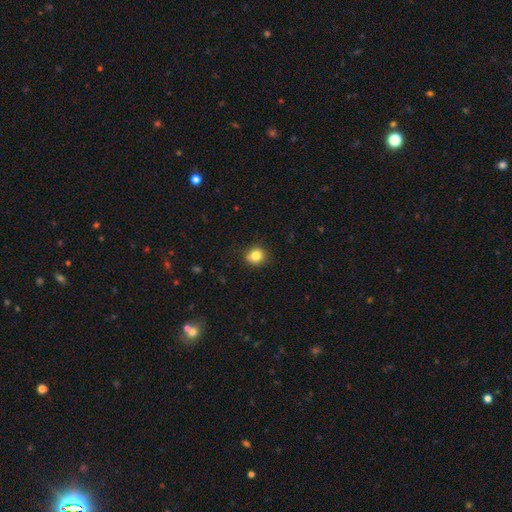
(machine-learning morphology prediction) smooth_or_featured: smooth (p=0.83) [alt: star or artifact p=0.11]
how_rounded: round (p=0.84) [alt: in between p=0.15]
merging: none (p=0.86) [alt: minor disturbance p=0.11]